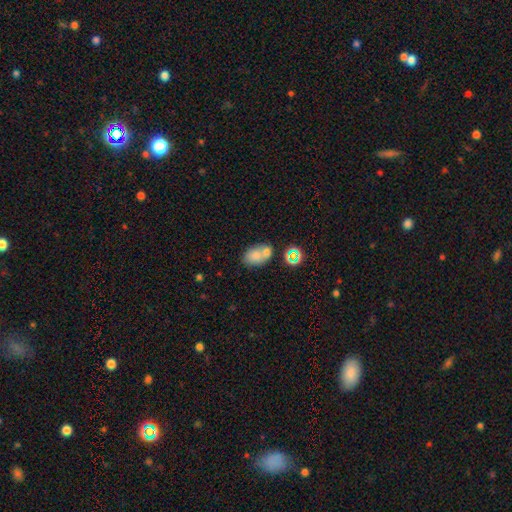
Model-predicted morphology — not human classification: Q: Smooth or featured?
A: smooth (72%); runner-up: featured or disk (16%)
Q: How rounded?
A: in between (77%); runner-up: round (22%)
Q: Merging?
A: merger (42%); runner-up: none (40%)